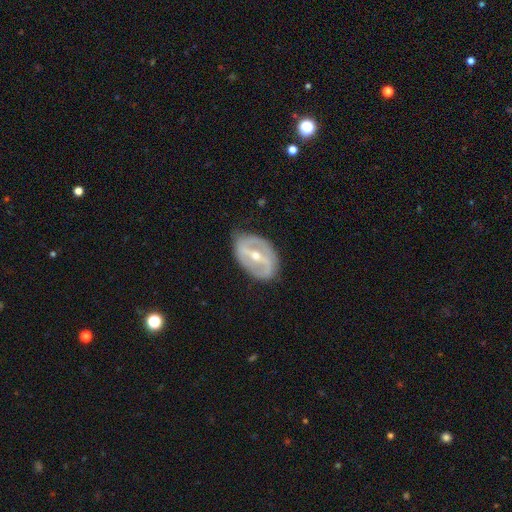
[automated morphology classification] type=featured or disk (83%); edge-on=no (94%); bar=strong (66%); spiral arms=yes (70%); winding=medium (40%); arm count=2 (82%); bulge=moderate (49%); merging=none (78%).